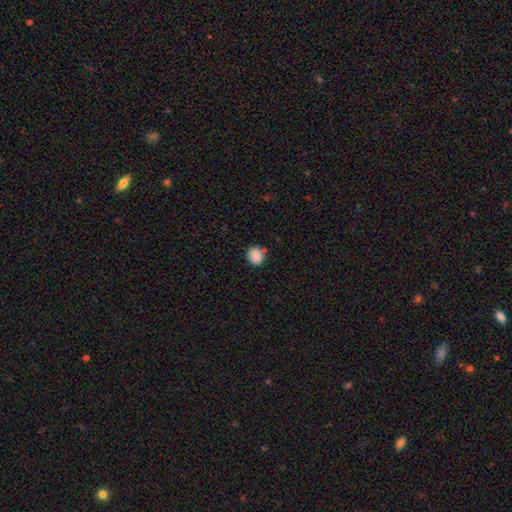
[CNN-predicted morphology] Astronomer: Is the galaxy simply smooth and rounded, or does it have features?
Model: smooth — 87%.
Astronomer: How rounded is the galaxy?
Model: round — 77%.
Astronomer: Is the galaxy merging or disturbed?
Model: none — 78%.